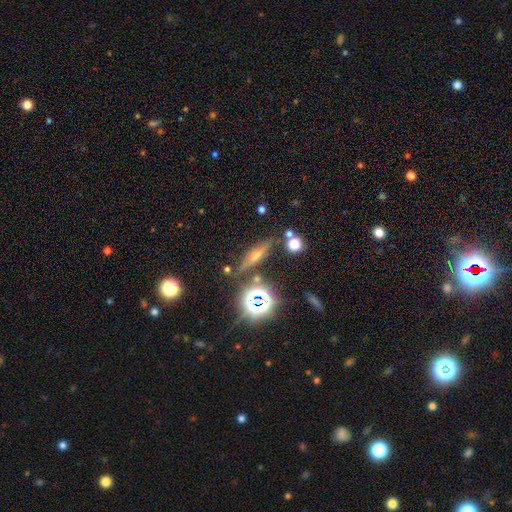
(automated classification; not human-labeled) A featured or disk galaxy (51%) viewed edge-on (89%). Merging: none (83%).